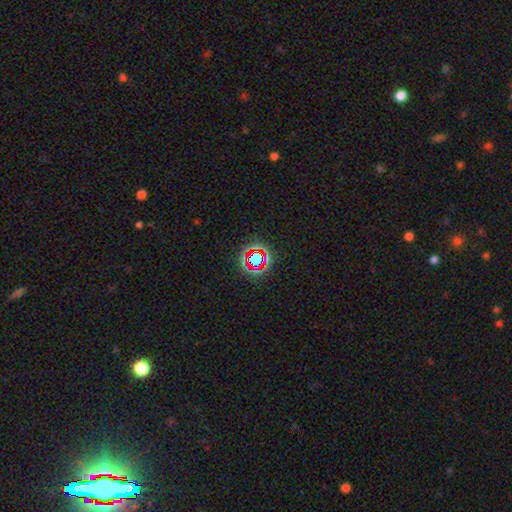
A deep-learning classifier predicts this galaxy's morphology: This appears to be a star or artifact, not a galaxy (68%).